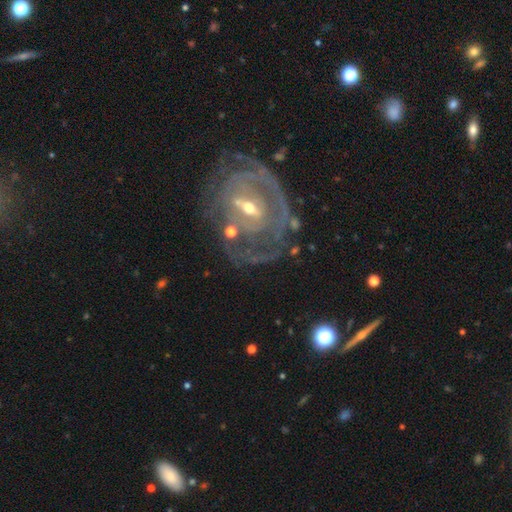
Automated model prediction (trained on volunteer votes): This appears to be a featured or disk galaxy (84%) with a weak bar (44%), tight (67%) spiral arms (86%) and a small central bulge (64%). Merging: none (63%).